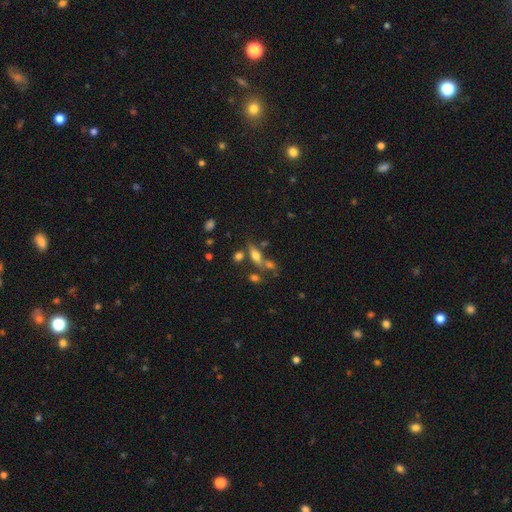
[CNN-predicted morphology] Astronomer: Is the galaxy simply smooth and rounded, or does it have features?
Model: smooth — 50% (runner-up: featured or disk, 36%).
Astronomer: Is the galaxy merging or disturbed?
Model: none — 54%.